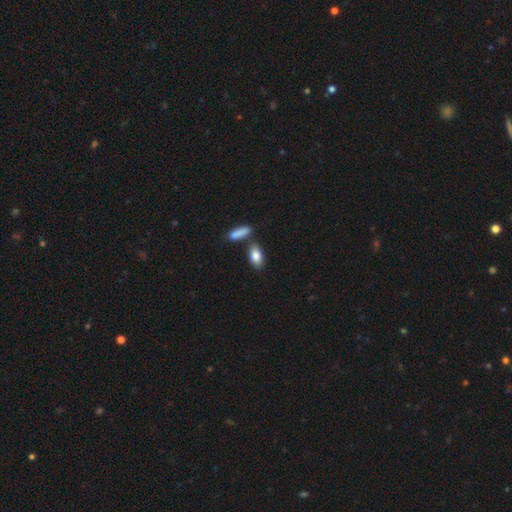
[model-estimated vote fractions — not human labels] Smooth or featured: smooth — 85% (featured or disk — 9%)
How rounded: in between — 87% (cigar-shaped — 9%)
Merging: none — 68% (merger — 18%)